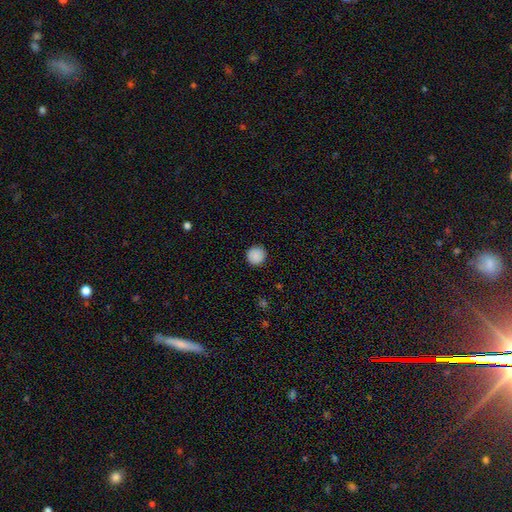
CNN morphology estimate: This is clearly a smooth galaxy (89%). How rounded: clearly round (96%). Merging: clearly none (92%).